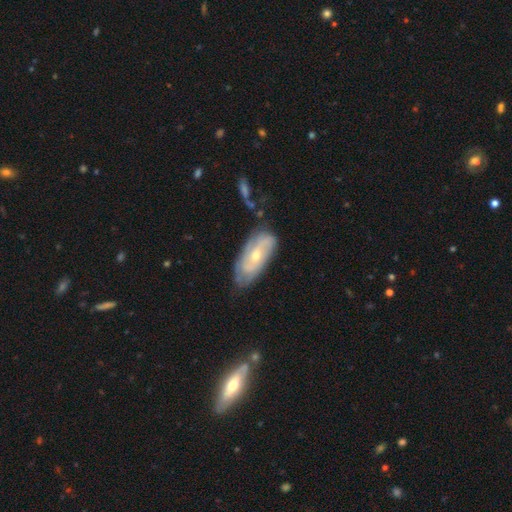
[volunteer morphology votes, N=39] Smooth or featured: featured or disk — 64% (smooth — 28%)
Edge-on disk: no — 92% (yes — 8%)
Bar: weak — 57% (no — 43%)
Spiral arms: yes — 83% (no — 17%)
Spiral winding: tight — 53% (medium — 47%)
Spiral arm count: 2 — 47% (can't tell — 37%)
Bulge size: moderate — 48% (tied with small — 48%)
Merging: none — 58% (minor disturbance — 36%)